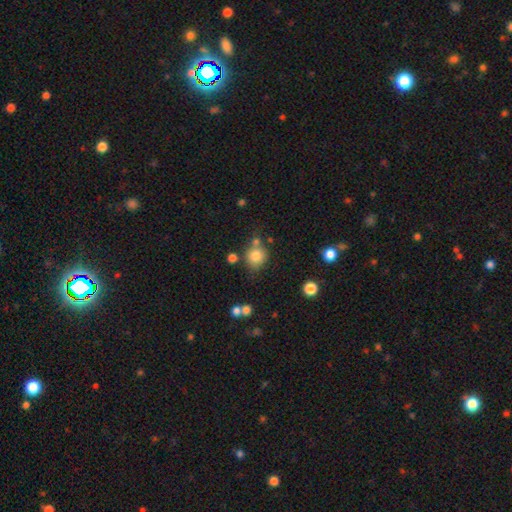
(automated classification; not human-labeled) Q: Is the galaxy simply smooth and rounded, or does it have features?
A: smooth — 80%.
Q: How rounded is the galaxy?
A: round — 83%.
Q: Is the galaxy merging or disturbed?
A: none — 67%.